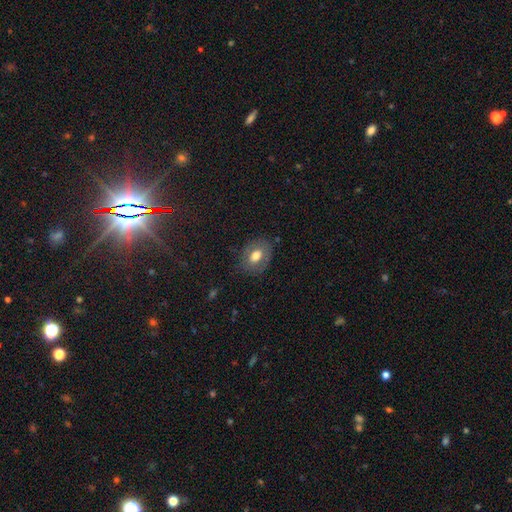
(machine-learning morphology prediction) smooth_or_featured: smooth (p=0.67) [alt: featured or disk p=0.24]
how_rounded: in between (p=0.70) [alt: round p=0.28]
merging: none (p=0.77) [alt: minor disturbance p=0.16]